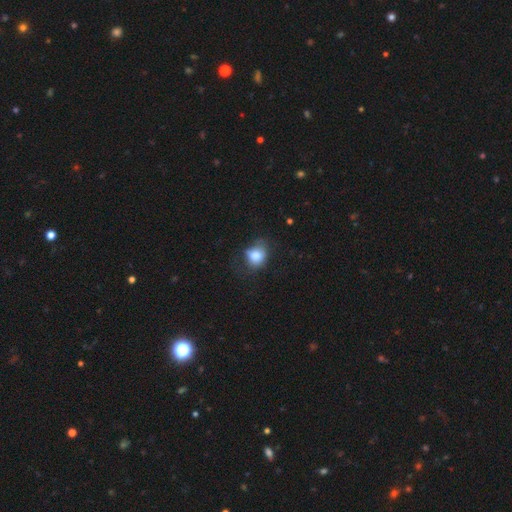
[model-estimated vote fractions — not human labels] Overall: smooth (80%). How rounded: in between (50%; round 49%). Merging: none (48%; minor disturbance 32%).